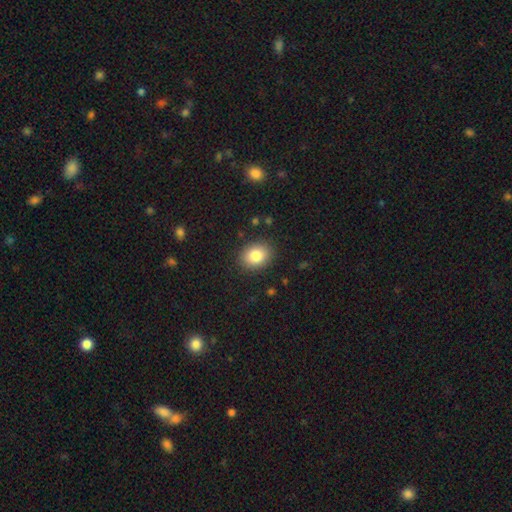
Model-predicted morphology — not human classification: This appears to be a smooth galaxy with no disk features (83%) that is in between round and cigar-shaped (55%). Merging: none (88%).